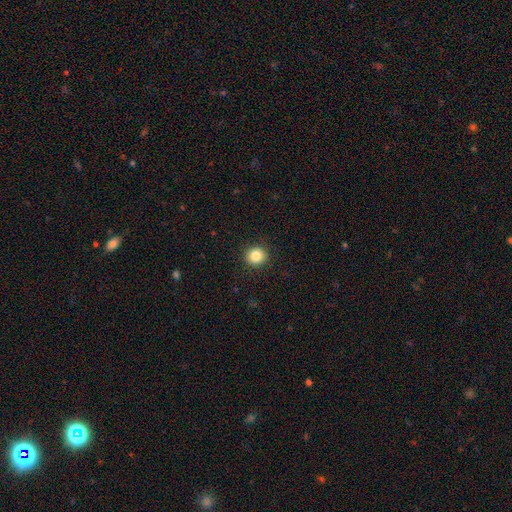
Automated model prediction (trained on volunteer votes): This is clearly a smooth galaxy (85%). How rounded: clearly round (89%). Merging: clearly none (92%).